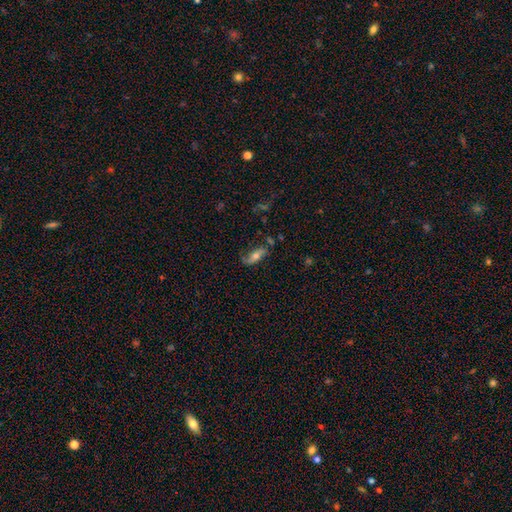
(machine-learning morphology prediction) featured or disk 50%, smooth 42%, star or artifact 8%. Down the decision tree: edge-on disk — no (80%); merging — none (66%).